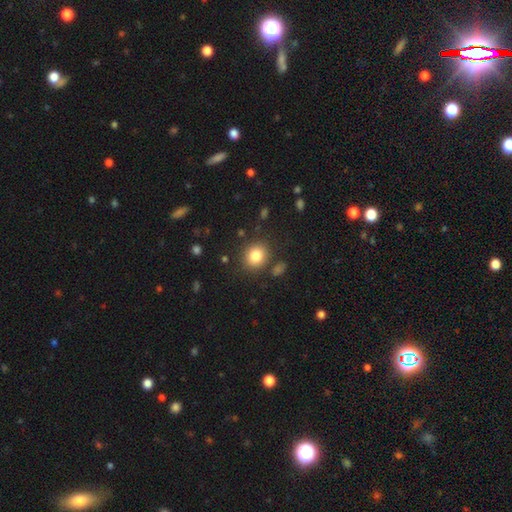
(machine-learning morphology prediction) This appears to be a smooth galaxy with no disk features (83%) that is round (74%). Merging: none (83%).